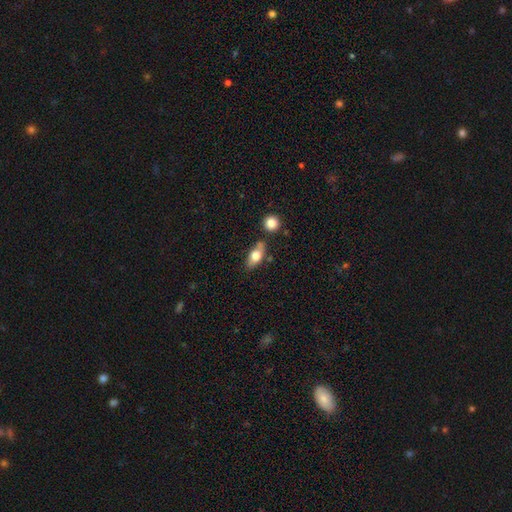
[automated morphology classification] Overall: smooth (69%). How rounded: in between (77%). Merging: none (67%).